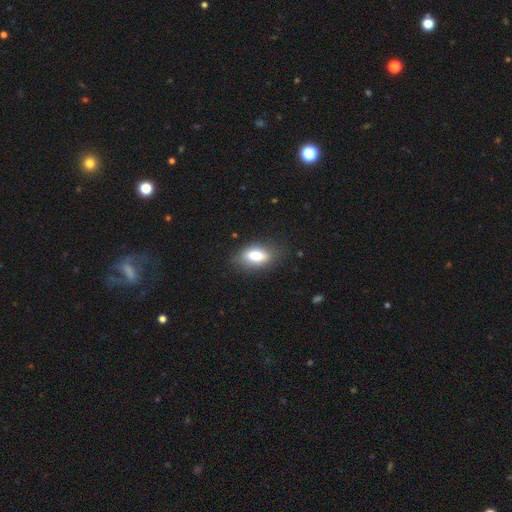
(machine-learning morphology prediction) smooth-or-featured: smooth: 76% | featured or disk: 15% | star or artifact: 8%
  how-rounded: in between: 86% | round: 7% | cigar-shaped: 7%
  merging: none: 78% | minor disturbance: 16% | major disturbance: 4% | merger: 1%